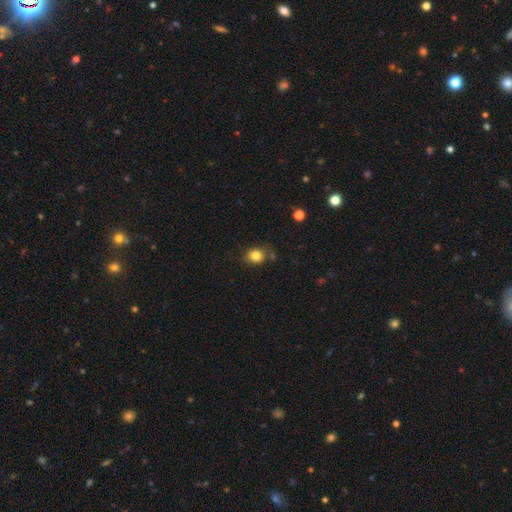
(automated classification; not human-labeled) Smooth or featured?
  - smooth: 83% *
  - star or artifact: 11%
  - featured or disk: 6%
How rounded?
  - round: 71% *
  - in between: 28%
  - cigar-shaped: 1%
Merging?
  - none: 75% *
  - minor disturbance: 15%
  - merger: 5%
  - major disturbance: 4%